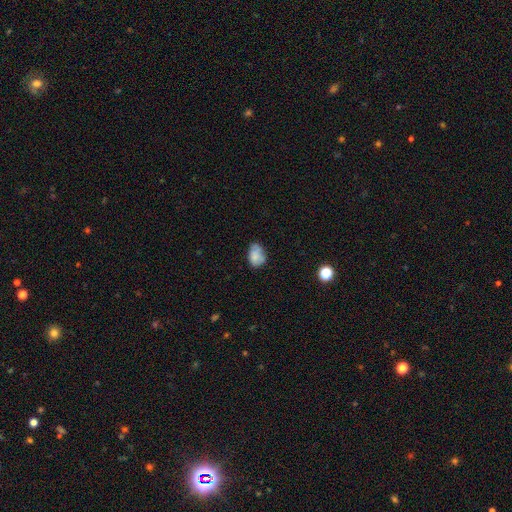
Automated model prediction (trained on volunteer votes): A smooth galaxy with no disk features (73%) that is in between round and cigar-shaped (77%). Merging: none (54%).